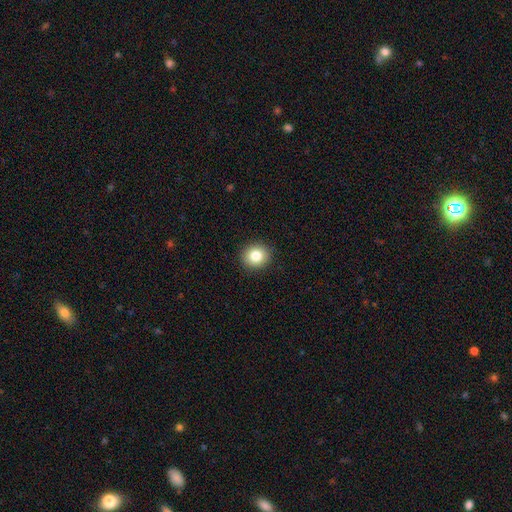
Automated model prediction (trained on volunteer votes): Overall: smooth (82%). How rounded: round (85%). Merging: none (92%).